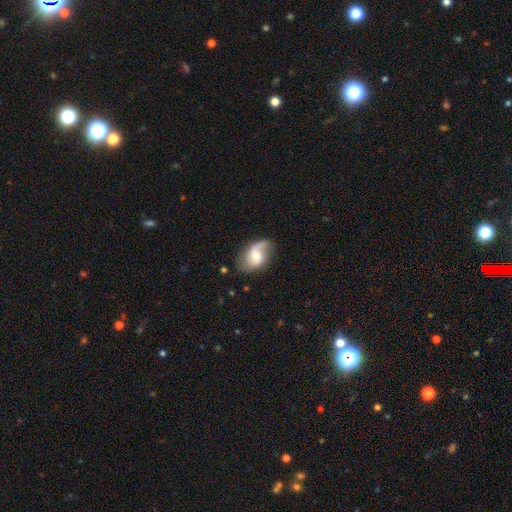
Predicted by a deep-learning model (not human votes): smooth-or-featured: featured or disk: 56% | smooth: 37% | star or artifact: 7%
  disk-edge-on: no: 96% | yes: 4%
    bar: no: 56% | weak: 37% | strong: 7%
    has-spiral-arms: yes: 86% | no: 14%
    bulge-size: moderate: 56% | small: 27% | large: 11% | none: 3% | dominant: 2%
  merging: none: 60% | minor disturbance: 26% | major disturbance: 12% | merger: 2%